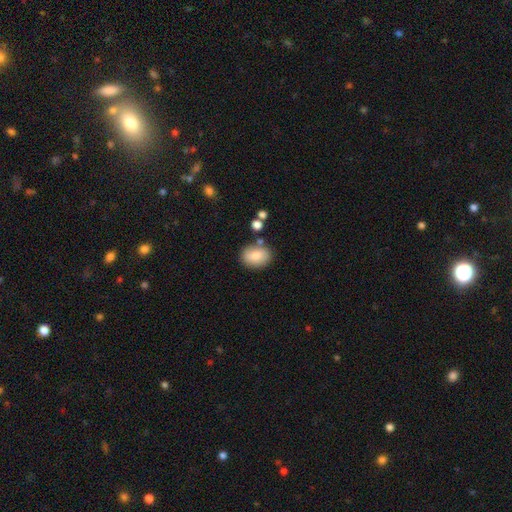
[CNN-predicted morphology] smooth_or_featured: smooth (p=0.80) [alt: featured or disk p=0.12]
how_rounded: in between (p=0.69) [alt: round p=0.30]
merging: none (p=0.77) [alt: minor disturbance p=0.13]